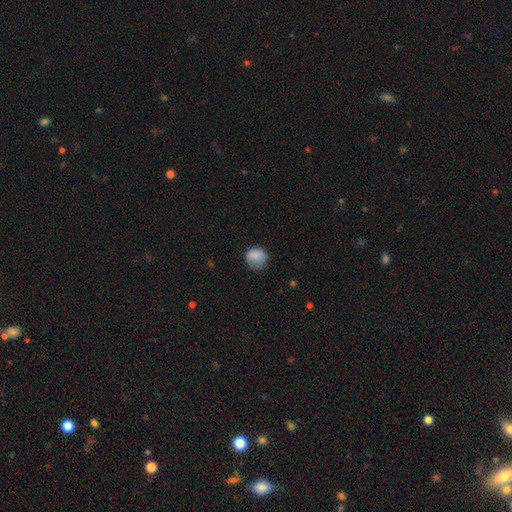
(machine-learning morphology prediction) A smooth galaxy with no disk features (85%) that is round (77%). Merging: none (66%).